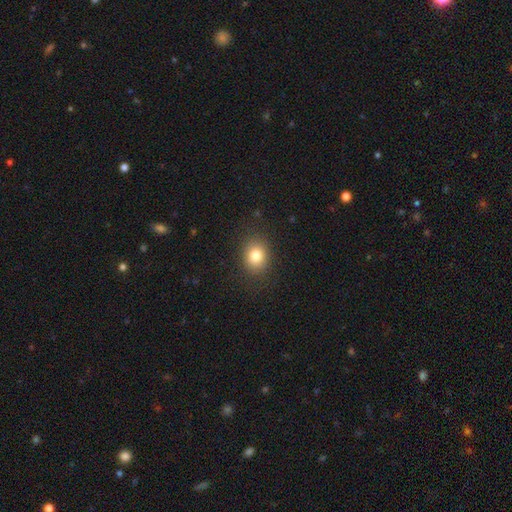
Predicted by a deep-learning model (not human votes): This appears to be a smooth galaxy with no disk features (81%) that is round (59%). Merging: none (86%).